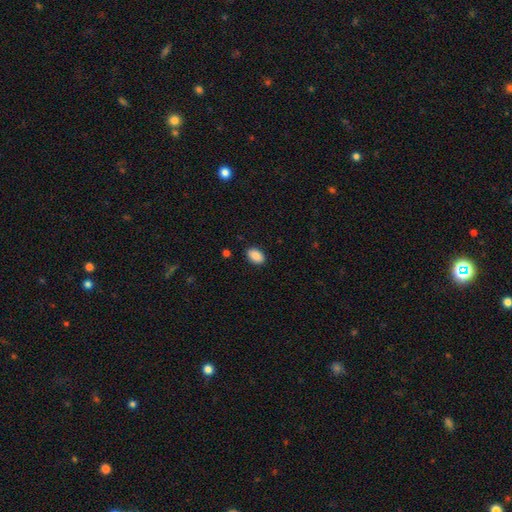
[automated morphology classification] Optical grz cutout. It shows a smooth galaxy with no disk features (90%) that is in between round and cigar-shaped (91%). Merging: none (89%).